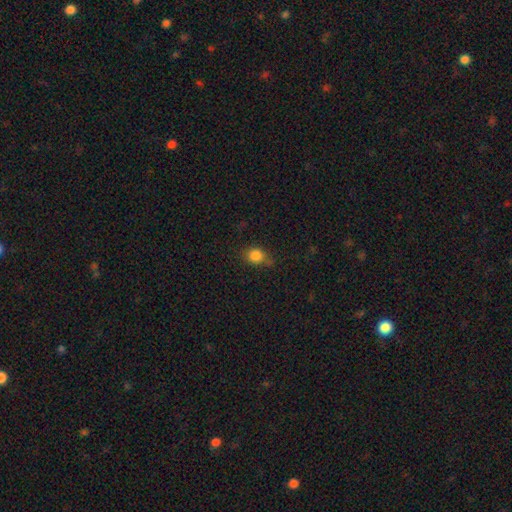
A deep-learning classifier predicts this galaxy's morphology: A smooth galaxy with no disk features (84%) that is round (72%). Merging: none (64%).